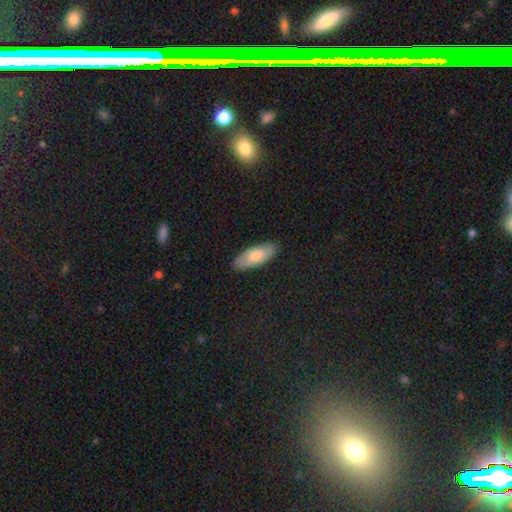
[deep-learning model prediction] smooth-or-featured: smooth: 74% | featured or disk: 20% | star or artifact: 6%
  how-rounded: in between: 78% | cigar-shaped: 20% | round: 2%
  merging: none: 87% | minor disturbance: 10% | major disturbance: 2% | merger: 1%